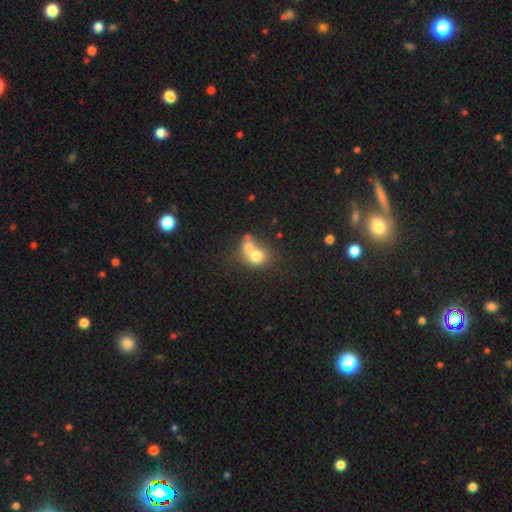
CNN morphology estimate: Smooth or featured: smooth — 71% (featured or disk — 19%)
How rounded: round — 65% (in between — 34%)
Merging: merger — 64% (none — 23%)